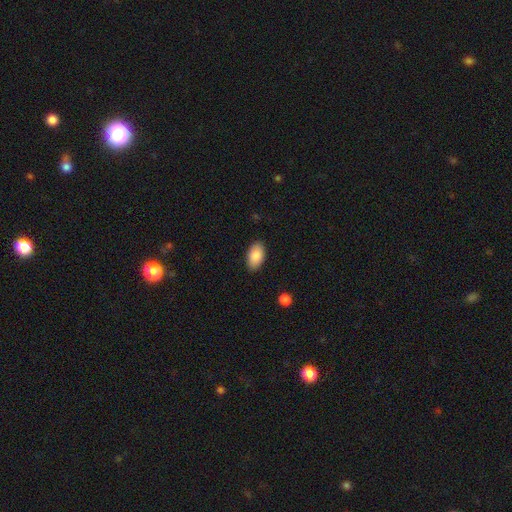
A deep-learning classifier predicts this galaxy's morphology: smooth-or-featured: smooth: 87% | star or artifact: 7% | featured or disk: 6%
  how-rounded: in between: 94% | round: 4% | cigar-shaped: 2%
  merging: none: 87% | minor disturbance: 9% | major disturbance: 2% | merger: 1%